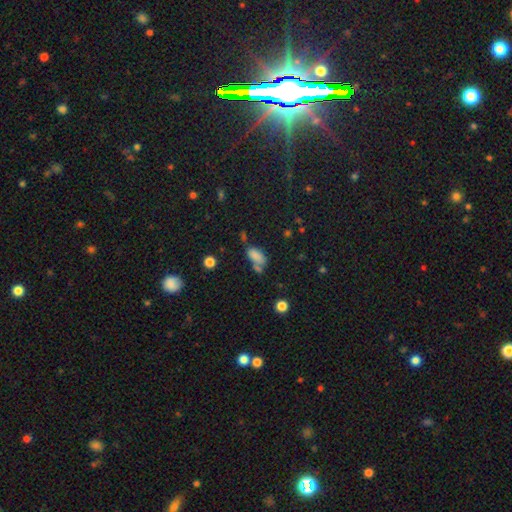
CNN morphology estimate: Smooth or featured: smooth — 79% (star or artifact — 13%)
How rounded: in between — 88% (cigar-shaped — 7%)
Merging: none — 41% (merger — 29%)